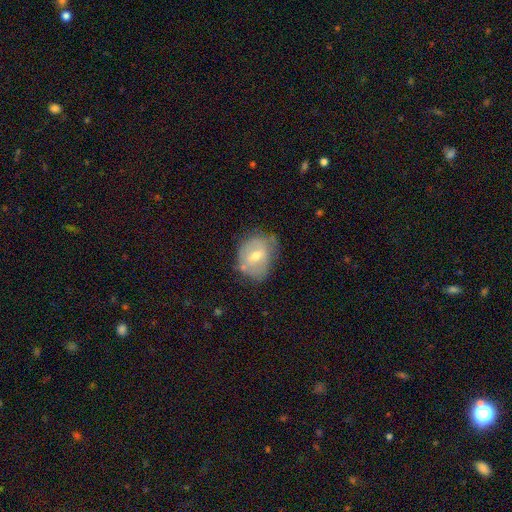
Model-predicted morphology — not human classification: Overall: featured or disk (47%; smooth 45%). Merging: none (56%; minor disturbance 30%).